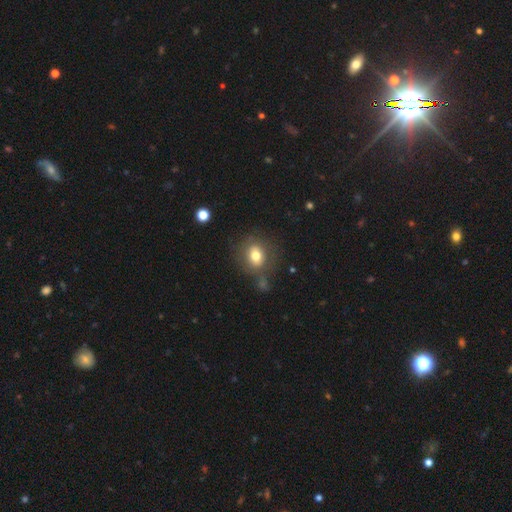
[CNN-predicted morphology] A smooth galaxy with no disk features (74%) that is round (59%).

Vote fractions:
- Smooth or featured? smooth: 74% / featured or disk: 15% / star or artifact: 10%
- How rounded? round: 59% / in between: 39% / cigar-shaped: 1%
- Merging? none: 67% / minor disturbance: 16% / merger: 8% / major disturbance: 8%